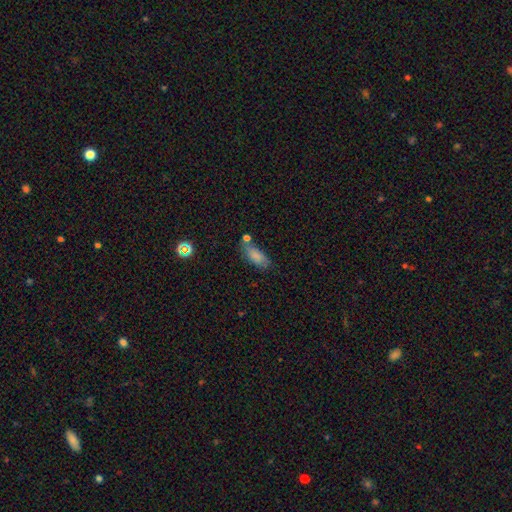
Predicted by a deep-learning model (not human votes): This is likely a smooth galaxy (79%). How rounded: likely in between (79%). Merging: possibly none (59%).